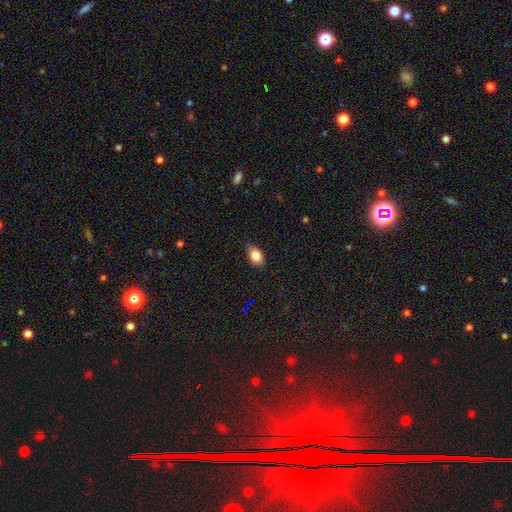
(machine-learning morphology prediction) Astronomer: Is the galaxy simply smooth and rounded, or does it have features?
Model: smooth — 83%.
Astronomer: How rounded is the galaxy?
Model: in between — 78%.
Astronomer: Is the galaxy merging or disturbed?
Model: none — 75%.